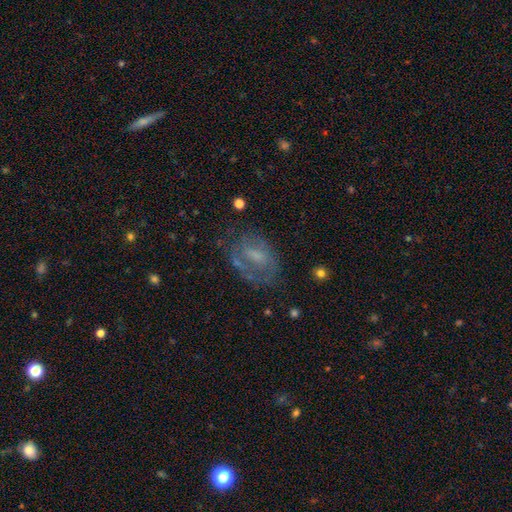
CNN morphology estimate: A featured or disk galaxy (54%) with no bar (47%), spiral arms (54%) and a small central bulge (31%, tied with moderate). Merging: none (53%).